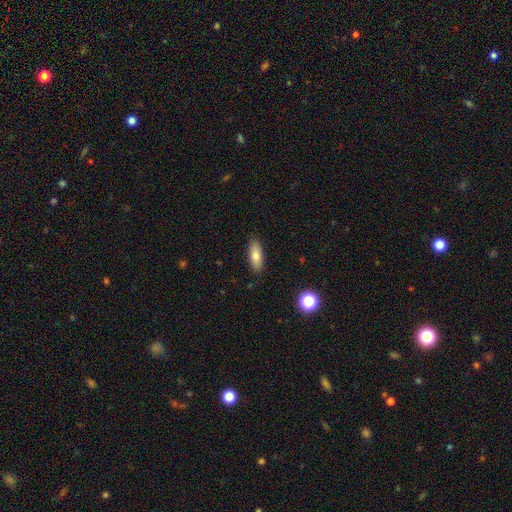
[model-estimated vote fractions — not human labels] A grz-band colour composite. It shows a smooth galaxy with no disk features (78%) that is in between round and cigar-shaped (70%). Merging: none (87%).